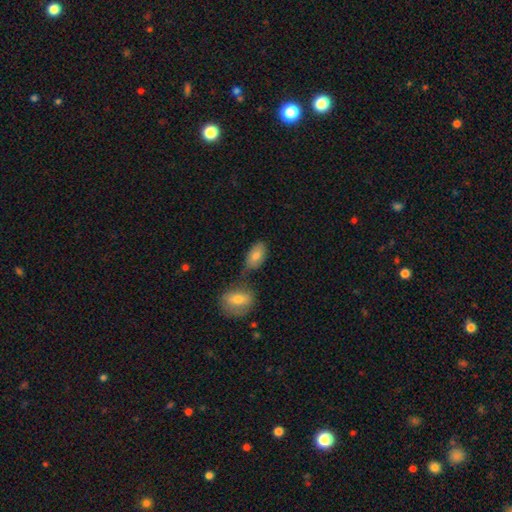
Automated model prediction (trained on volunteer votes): Overall: smooth (78%). How rounded: in between (91%). Merging: none (55%; merger 23%).